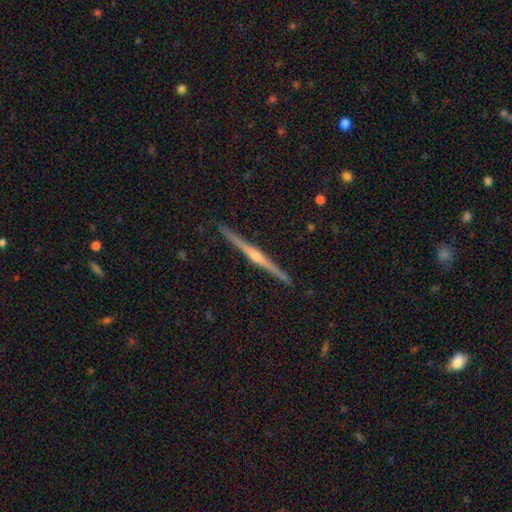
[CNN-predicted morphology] This appears to be a featured or disk galaxy (82%) viewed edge-on (99%) with a rounded central bulge (76%). Merging: none (92%).